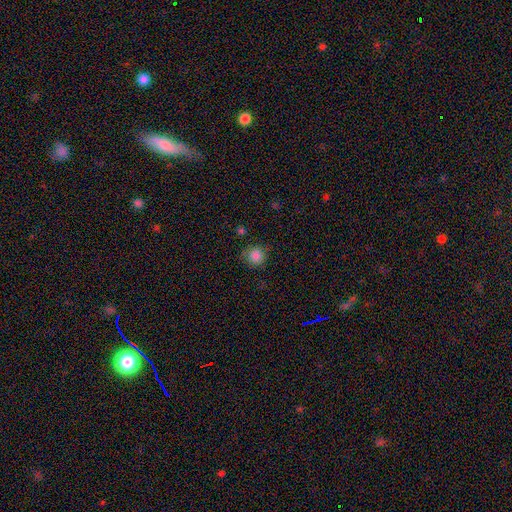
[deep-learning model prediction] Morphology: type=smooth (85%); roundness=round (93%); merging=none (83%).